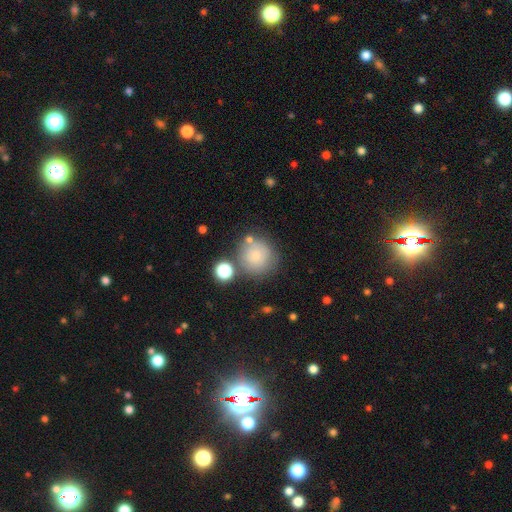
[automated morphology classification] A smooth galaxy with no disk features (76%) that is round (92%).

Vote fractions:
- Smooth or featured? smooth: 76% / featured or disk: 13% / star or artifact: 11%
- How rounded? round: 92% / in between: 7% / cigar-shaped: 1%
- Merging? none: 68% / minor disturbance: 15% / merger: 11% / major disturbance: 6%